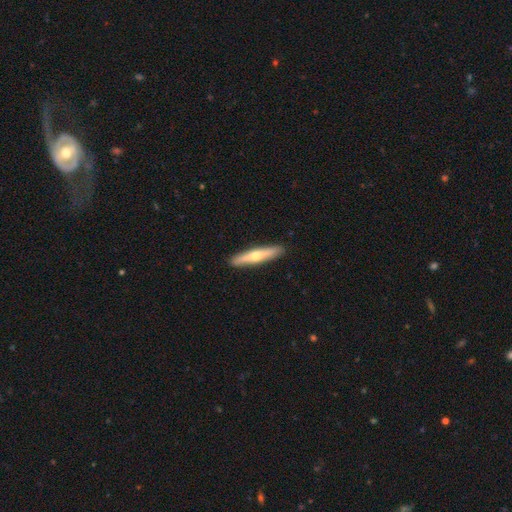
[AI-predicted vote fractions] This is possibly a featured or disk galaxy (51%). It is clearly viewed edge-on (92%). Merging: clearly none (91%).